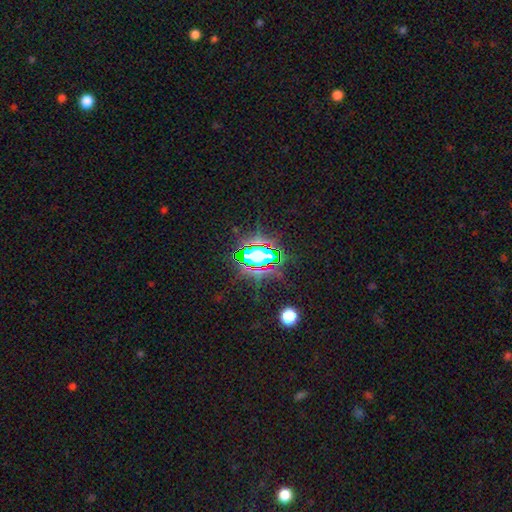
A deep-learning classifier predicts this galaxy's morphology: Smooth or featured?
  - star or artifact: 75% *
  - smooth: 14%
  - featured or disk: 11%